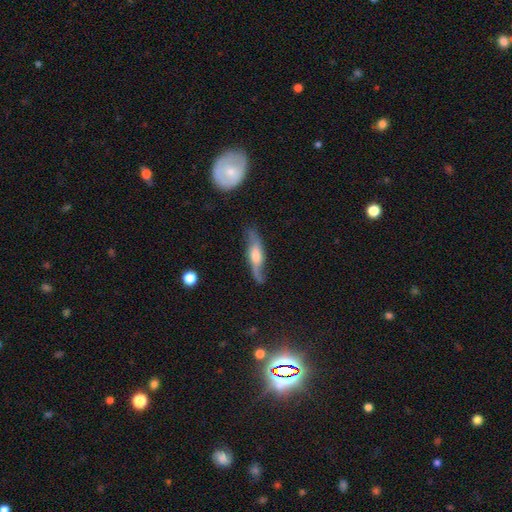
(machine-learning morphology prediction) Q: Smooth or featured?
A: featured or disk (71%); runner-up: smooth (22%)
Q: Edge-on disk?
A: no (52%); runner-up: yes (48%)
Q: Merging?
A: none (67%); runner-up: minor disturbance (23%)